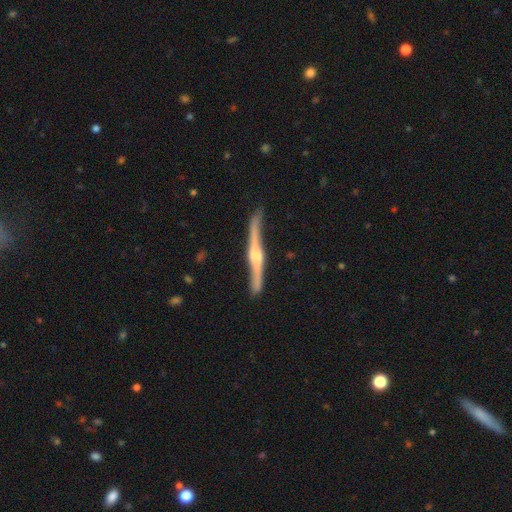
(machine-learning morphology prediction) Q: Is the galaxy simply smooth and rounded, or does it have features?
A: featured or disk — 85%.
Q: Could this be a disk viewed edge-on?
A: yes — 93%.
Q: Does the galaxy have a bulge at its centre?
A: rounded — 86%.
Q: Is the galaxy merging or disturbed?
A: none — 78%.